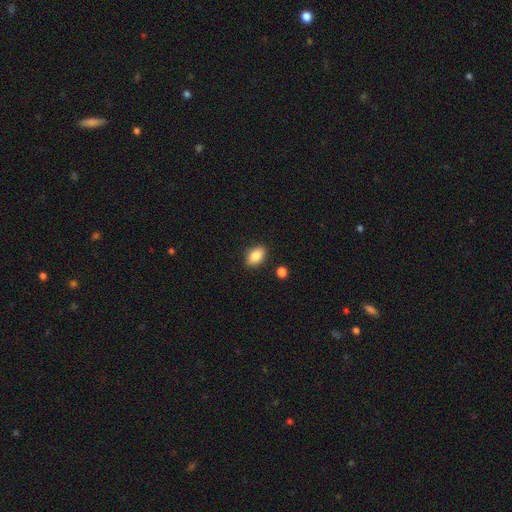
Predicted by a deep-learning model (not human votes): smooth 85%, star or artifact 8%, featured or disk 7%. Down the decision tree: how rounded — in between (85%); merging — none (86%).